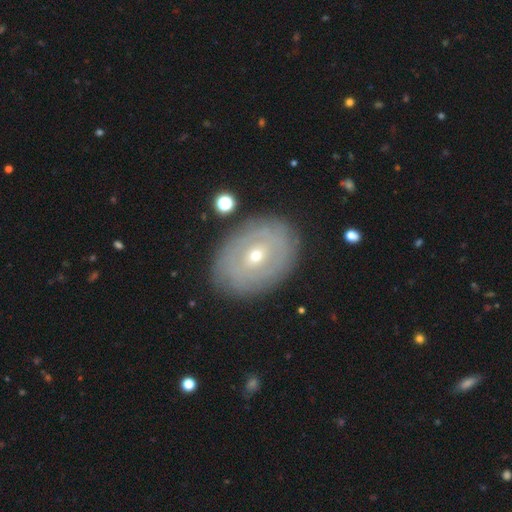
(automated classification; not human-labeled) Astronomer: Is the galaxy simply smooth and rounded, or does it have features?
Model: featured or disk — 68%.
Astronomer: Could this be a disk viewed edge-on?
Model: no — 94%.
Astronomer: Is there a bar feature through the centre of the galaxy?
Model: no — 57% (runner-up: weak, 33%).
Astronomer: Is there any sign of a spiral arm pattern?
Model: yes — 58% (runner-up: no, 42%).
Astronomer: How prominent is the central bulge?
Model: small — 64%.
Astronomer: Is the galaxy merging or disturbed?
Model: none — 85%.